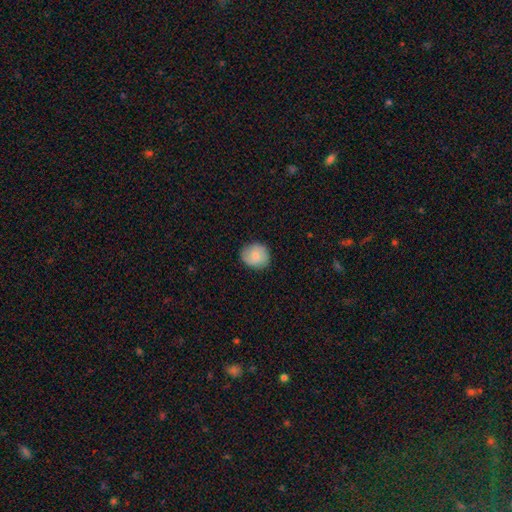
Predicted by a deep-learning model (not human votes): smooth-or-featured: smooth: 76% | featured or disk: 16% | star or artifact: 7%
  how-rounded: round: 79% | in between: 20% | cigar-shaped: 1%
  merging: none: 82% | minor disturbance: 14% | major disturbance: 3% | merger: 1%